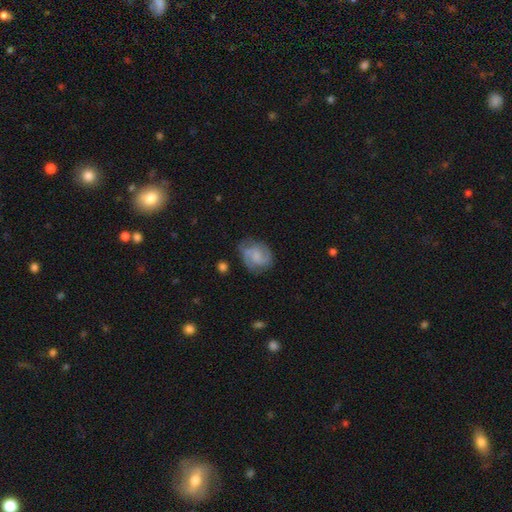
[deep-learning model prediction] Smooth or featured? Predicted: featured or disk (p=0.65). Edge-on disk? Predicted: no (p=0.98). Bar? Predicted: no (p=0.49). Spiral arms? Predicted: yes (p=0.91). Spiral winding? Predicted: medium (p=0.50). Spiral arm count? Predicted: 2 (p=0.75). Bulge size? Predicted: small (p=0.41). Merging? Predicted: none (p=0.68).